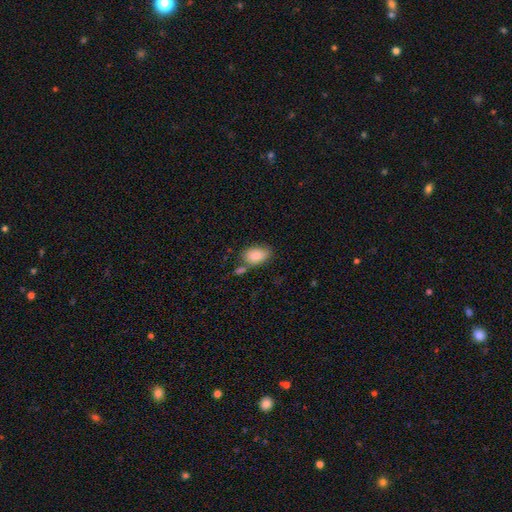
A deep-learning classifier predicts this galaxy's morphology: Smooth or featured? Predicted: smooth (p=0.83). How rounded? Predicted: in between (p=0.86). Merging? Predicted: none (p=0.63).